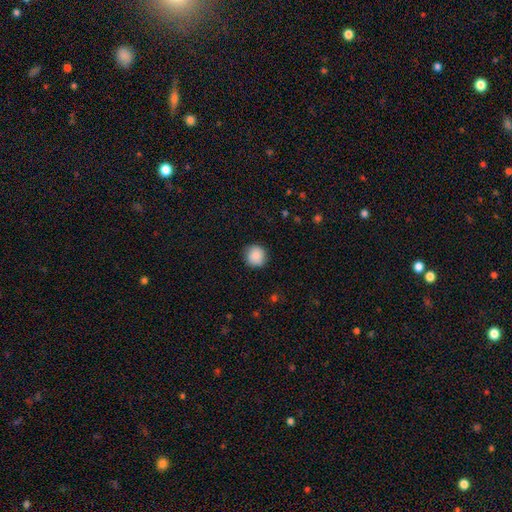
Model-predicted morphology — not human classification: This appears to be a smooth galaxy with no disk features (88%) that is round (93%). Merging: none (87%).